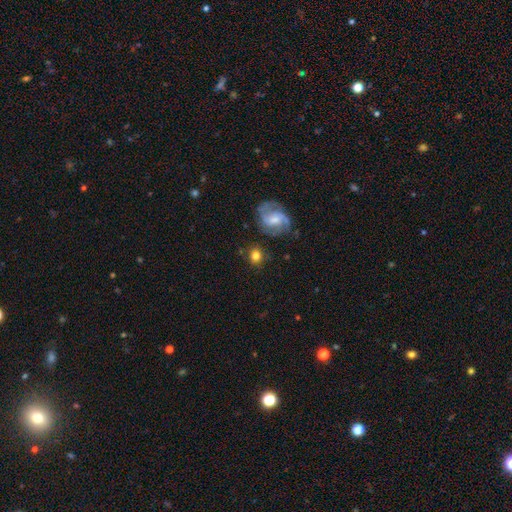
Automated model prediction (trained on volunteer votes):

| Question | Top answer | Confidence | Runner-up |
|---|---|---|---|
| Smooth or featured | smooth | 70% | featured or disk (20%) |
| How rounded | round | 80% | in between (18%) |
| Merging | none | 78% | minor disturbance (12%) |